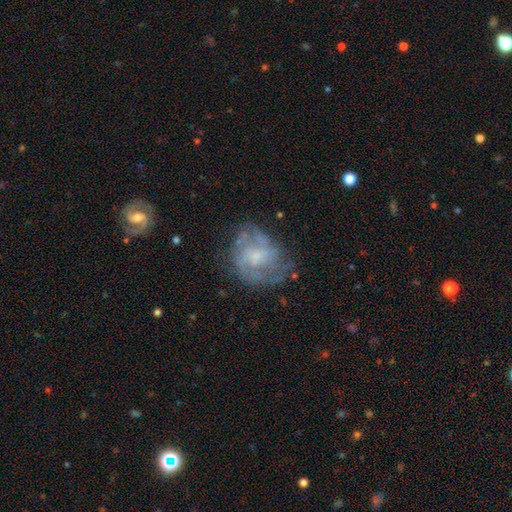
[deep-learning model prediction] This is likely a featured or disk galaxy (68%). It is clearly not viewed edge-on (97%). Bar: possibly no (59%). Spiral arm pattern: likely yes (76%). Spiral arm count: marginally can't tell (37%). Spiral winding: marginally medium (44%). Central bulge: possibly small (47%). Merging: possibly none (58%).